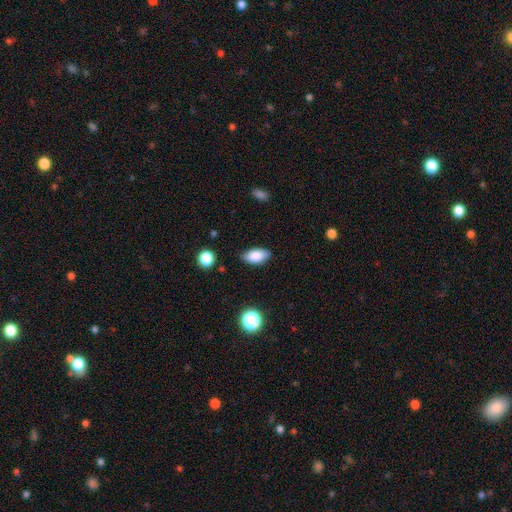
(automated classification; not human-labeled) Smooth or featured? Predicted: smooth (p=0.85). How rounded? Predicted: in between (p=0.92). Merging? Predicted: none (p=0.80).